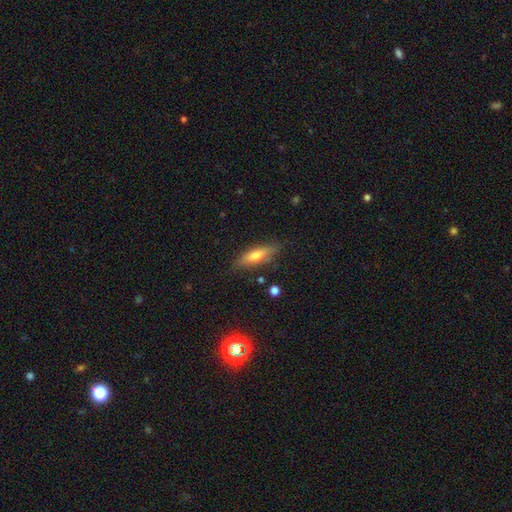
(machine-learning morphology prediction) Smooth or featured?
  - smooth: 60% *
  - featured or disk: 33%
  - star or artifact: 7%
How rounded?
  - cigar-shaped: 56% *
  - in between: 42%
  - round: 2%
Merging?
  - none: 79% *
  - minor disturbance: 16%
  - major disturbance: 3%
  - merger: 2%